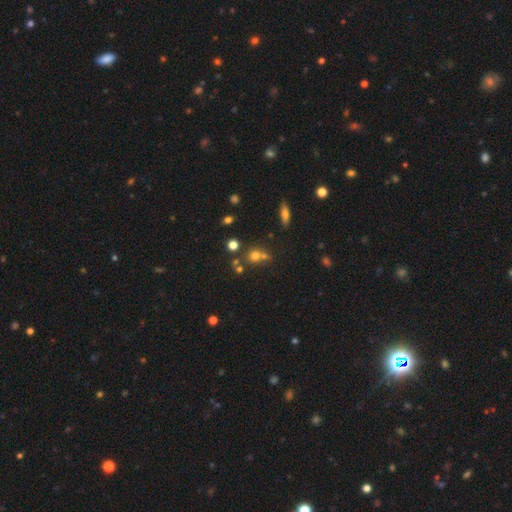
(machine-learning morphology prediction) Smooth or featured? smooth (62%)
How rounded? round (82%)
Merging? none (51%)